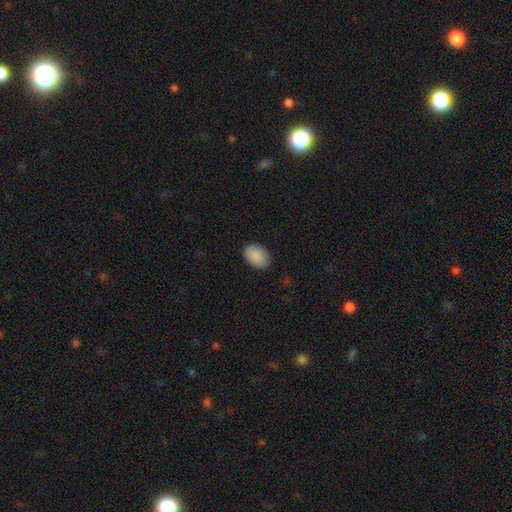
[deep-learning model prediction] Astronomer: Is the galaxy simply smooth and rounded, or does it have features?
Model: smooth — 90%.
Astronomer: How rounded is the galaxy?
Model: in between — 85%.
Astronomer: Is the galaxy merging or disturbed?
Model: none — 85%.